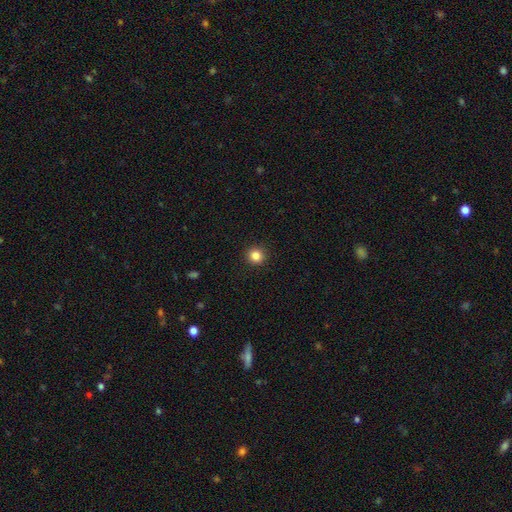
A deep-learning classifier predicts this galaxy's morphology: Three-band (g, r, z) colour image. It shows a smooth galaxy with no disk features (85%) that is round (92%). Merging: none (92%).